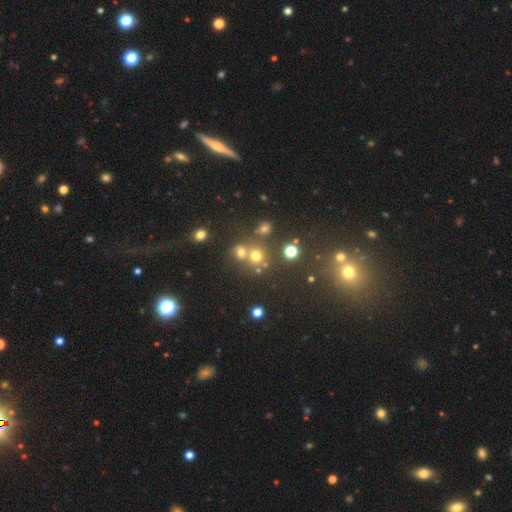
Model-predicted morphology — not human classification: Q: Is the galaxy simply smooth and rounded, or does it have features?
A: smooth — 64%.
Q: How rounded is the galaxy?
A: round — 86%.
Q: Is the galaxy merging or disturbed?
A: none — 57%.